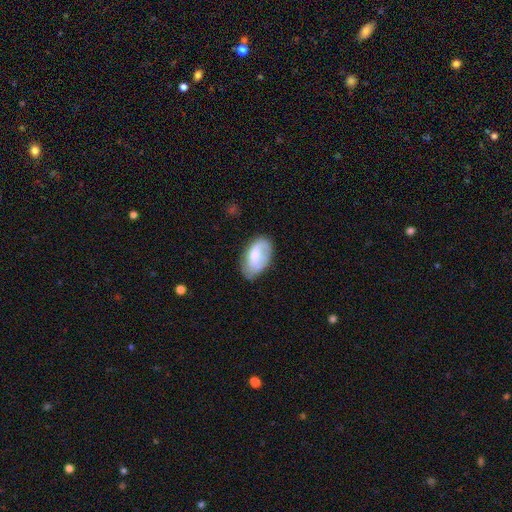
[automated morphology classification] smooth-or-featured: smooth: 56% | featured or disk: 38% | star or artifact: 6%
  how-rounded: in between: 93% | round: 5% | cigar-shaped: 2%
  merging: none: 66% | minor disturbance: 24% | major disturbance: 8% | merger: 2%